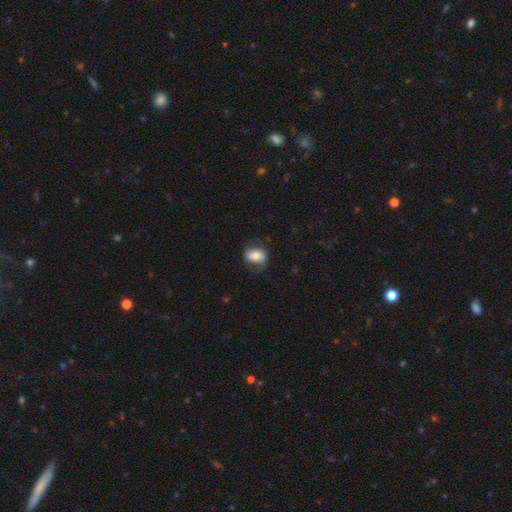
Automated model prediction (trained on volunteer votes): Smooth or featured?
  - smooth: 57% *
  - featured or disk: 35%
  - star or artifact: 8%
How rounded?
  - in between: 68% *
  - round: 31%
  - cigar-shaped: 2%
Merging?
  - none: 66% *
  - minor disturbance: 23%
  - major disturbance: 10%
  - merger: 1%